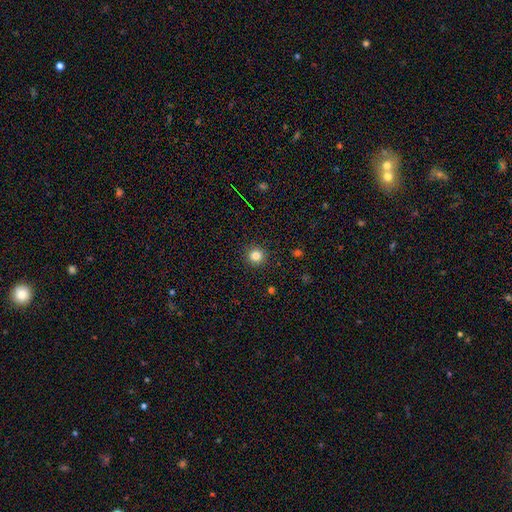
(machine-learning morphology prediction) The model was most divided on "smooth or featured": smooth: 82%, star or artifact: 13%, featured or disk: 5%. More confident: how rounded — round (94%); merging — none (92%).